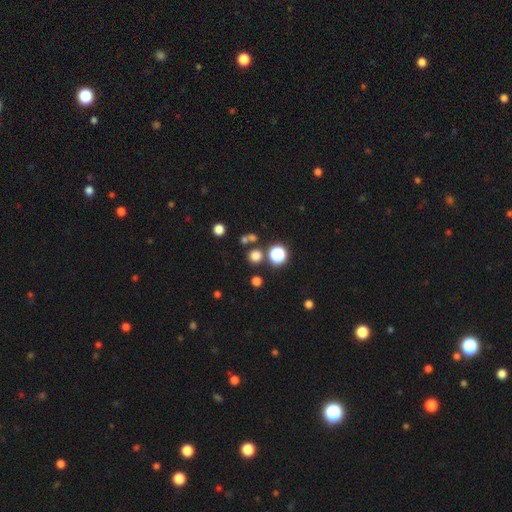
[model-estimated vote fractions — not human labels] Smooth or featured?
  - smooth: 68% *
  - star or artifact: 25%
  - featured or disk: 6%
How rounded?
  - round: 91% *
  - in between: 8%
  - cigar-shaped: 1%
Merging?
  - none: 75% *
  - merger: 14%
  - minor disturbance: 7%
  - major disturbance: 3%